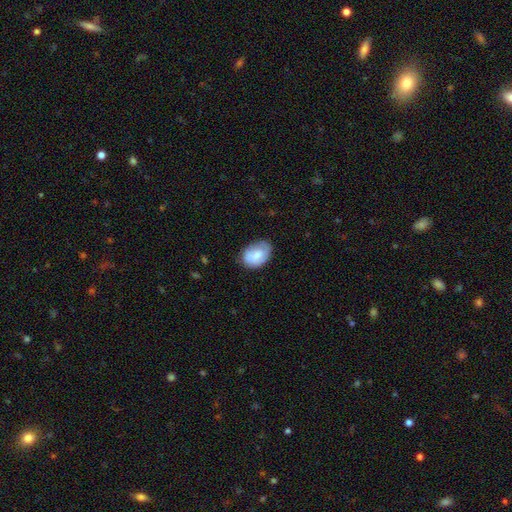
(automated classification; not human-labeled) Smooth or featured?
  - smooth: 73% *
  - featured or disk: 20%
  - star or artifact: 7%
How rounded?
  - in between: 80% *
  - round: 19%
  - cigar-shaped: 1%
Merging?
  - none: 64% *
  - minor disturbance: 27%
  - major disturbance: 7%
  - merger: 2%